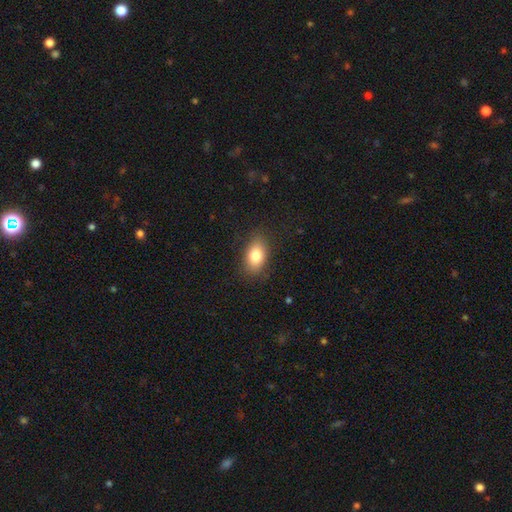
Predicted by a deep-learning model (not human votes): Smooth or featured: smooth — 82% (featured or disk — 10%)
How rounded: in between — 88% (round — 10%)
Merging: none — 84% (minor disturbance — 11%)